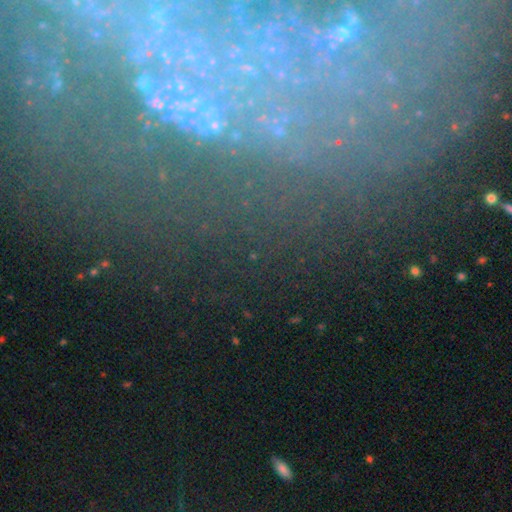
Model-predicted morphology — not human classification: This is possibly a star or artifact rather than a galaxy (49%).